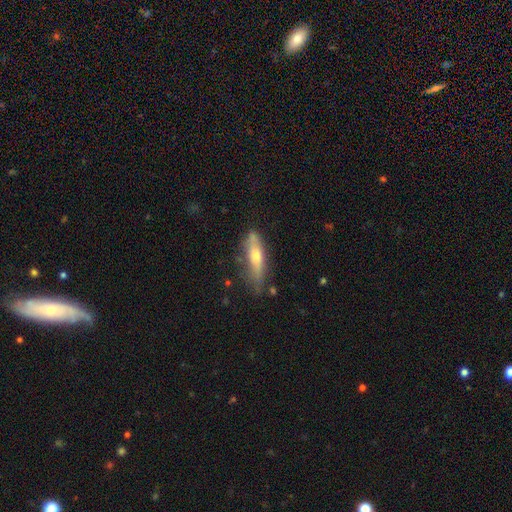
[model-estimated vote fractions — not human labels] A smooth galaxy with no disk features (53%) that is cigar-shaped (70%). Merging: none (64%).